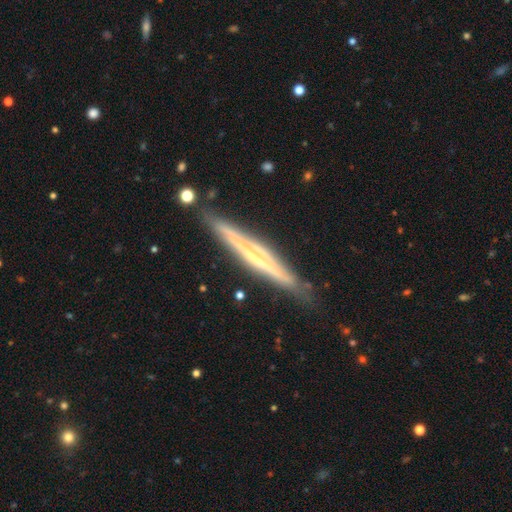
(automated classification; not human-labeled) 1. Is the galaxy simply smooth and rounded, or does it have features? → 73% featured or disk, 21% smooth, 6% star or artifact.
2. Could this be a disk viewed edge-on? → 96% yes, 4% no.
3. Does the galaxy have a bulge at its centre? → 53% none, 32% rounded, 15% boxy.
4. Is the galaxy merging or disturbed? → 84% none, 12% minor disturbance, 2% major disturbance, 2% merger.